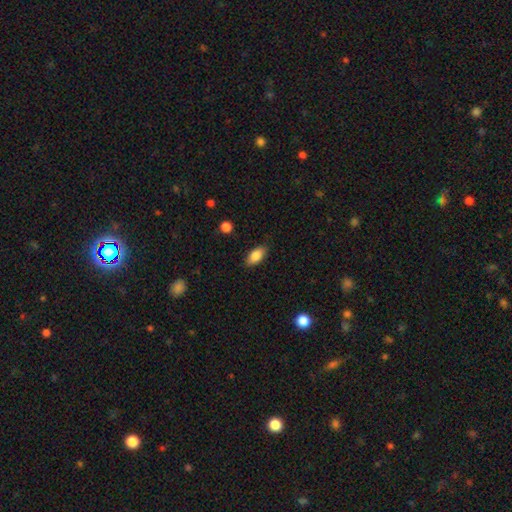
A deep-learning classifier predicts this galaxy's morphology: smooth_or_featured: smooth (p=0.84) [alt: featured or disk p=0.08]
how_rounded: in between (p=0.89) [alt: cigar-shaped p=0.07]
merging: none (p=0.85) [alt: minor disturbance p=0.11]